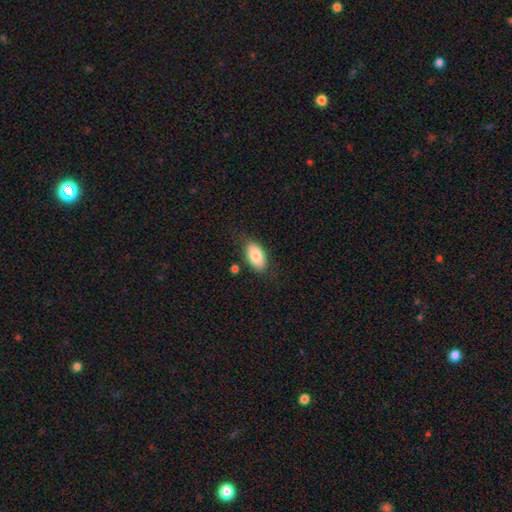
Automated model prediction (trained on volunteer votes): This is clearly a smooth galaxy (81%). How rounded: clearly in between (94%). Merging: likely none (80%).